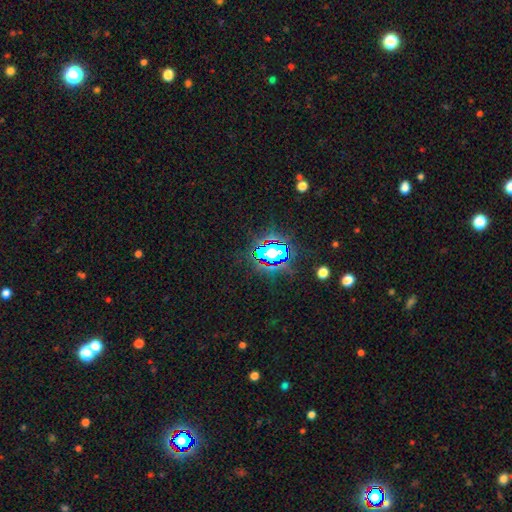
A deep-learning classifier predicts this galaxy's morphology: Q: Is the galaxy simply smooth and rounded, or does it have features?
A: star or artifact — 70%.